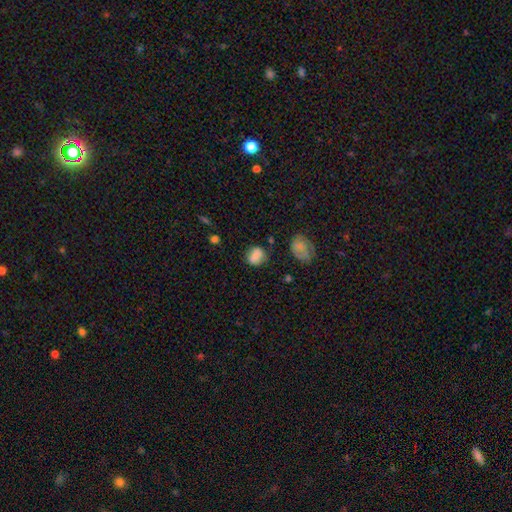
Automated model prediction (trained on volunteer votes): Smooth or featured? Predicted: smooth (p=0.80). How rounded? Predicted: round (p=0.54). Merging? Predicted: none (p=0.67).